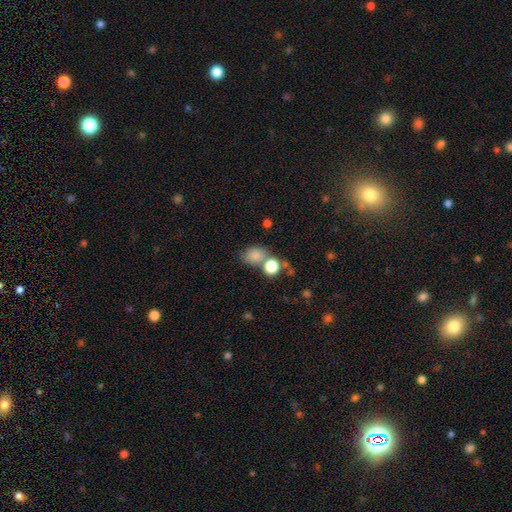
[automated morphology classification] This appears to be a smooth galaxy with no disk features (81%) that is round (50%). Merging: none (49%).